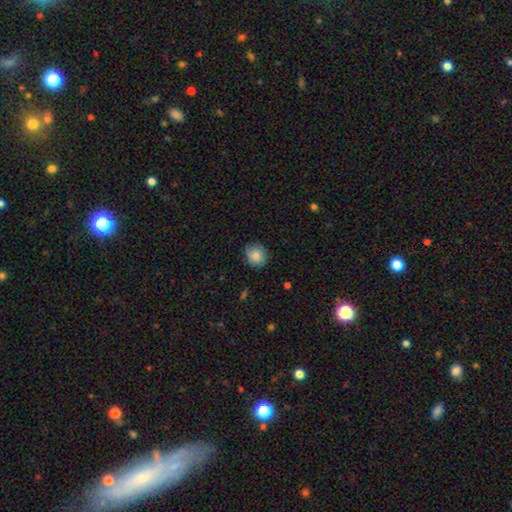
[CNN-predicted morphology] smooth-or-featured: smooth: 83% | featured or disk: 9% | star or artifact: 8%
  how-rounded: round: 75% | in between: 24% | cigar-shaped: 1%
  merging: none: 77% | minor disturbance: 19% | major disturbance: 3% | merger: 1%